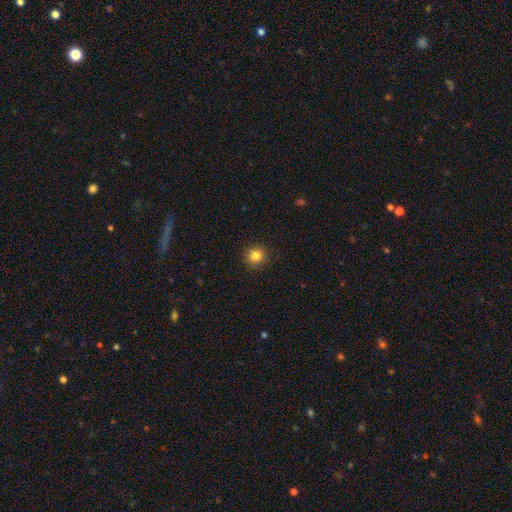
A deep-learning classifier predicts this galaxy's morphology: This appears to be a smooth galaxy with no disk features (83%) that is round (90%). Merging: none (91%).